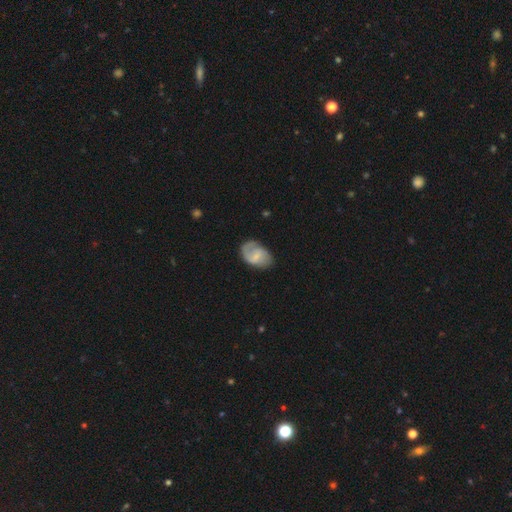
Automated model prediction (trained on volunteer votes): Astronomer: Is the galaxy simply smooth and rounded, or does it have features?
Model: featured or disk — 53% (runner-up: smooth, 40%).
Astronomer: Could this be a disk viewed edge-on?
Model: no — 97%.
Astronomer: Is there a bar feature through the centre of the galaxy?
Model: weak — 49% (runner-up: no, 39%).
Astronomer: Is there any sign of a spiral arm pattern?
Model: yes — 82%.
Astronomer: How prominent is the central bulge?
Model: small — 53%.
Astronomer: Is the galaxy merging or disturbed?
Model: none — 60%.